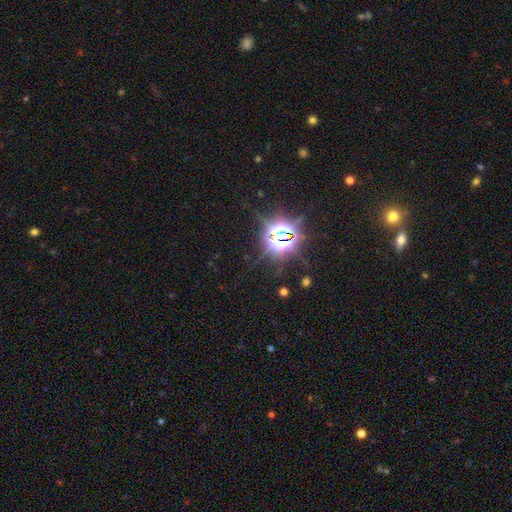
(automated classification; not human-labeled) A star or artifact, not a galaxy (83%).